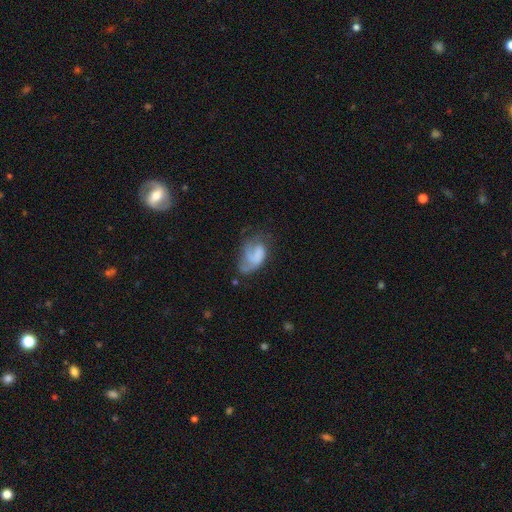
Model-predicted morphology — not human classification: Q: Smooth or featured?
A: featured or disk (46%); runner-up: smooth (45%)
Q: Merging?
A: major disturbance (42%); runner-up: none (28%)